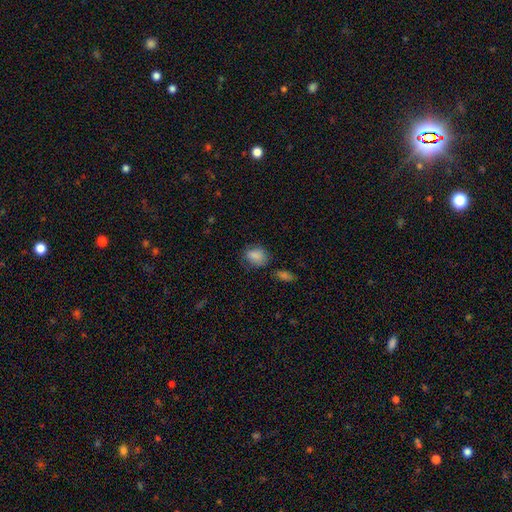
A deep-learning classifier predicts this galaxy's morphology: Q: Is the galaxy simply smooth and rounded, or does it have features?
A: smooth — 84%.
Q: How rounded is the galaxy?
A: in between — 62%.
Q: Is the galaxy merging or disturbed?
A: none — 67%.